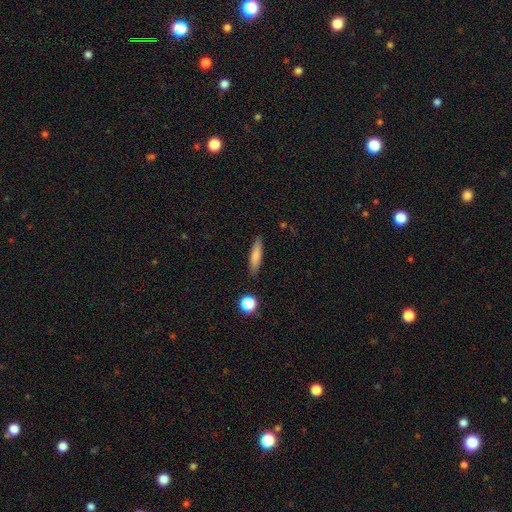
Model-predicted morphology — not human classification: The model was most divided on "how rounded": cigar-shaped: 81%, in between: 17%, round: 2%. More confident: merging — none (87%); smooth or featured — smooth (78%).